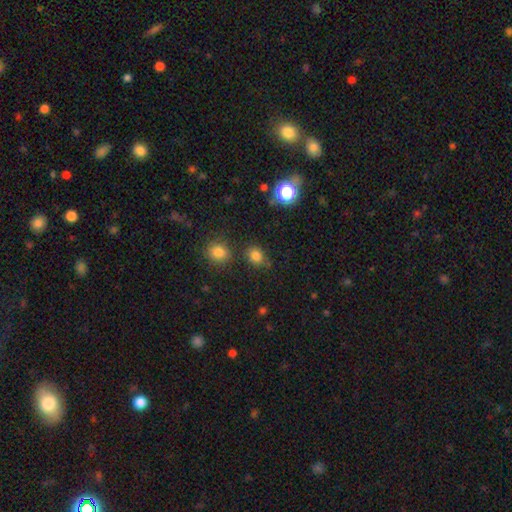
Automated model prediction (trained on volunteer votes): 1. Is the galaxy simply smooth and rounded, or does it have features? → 79% smooth, 16% star or artifact, 5% featured or disk.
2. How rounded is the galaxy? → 57% round, 42% in between, 1% cigar-shaped.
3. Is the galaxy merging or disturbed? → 73% none, 16% minor disturbance, 7% merger, 5% major disturbance.